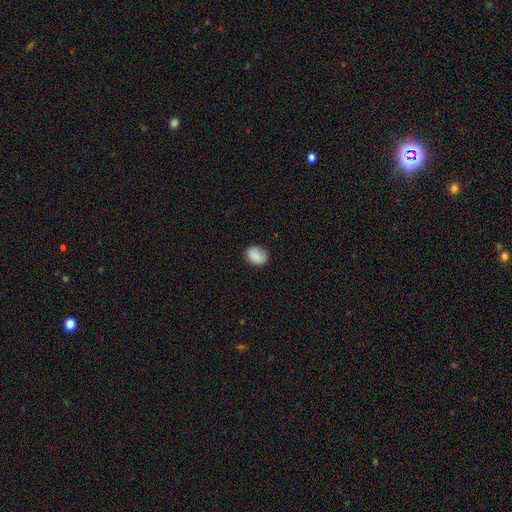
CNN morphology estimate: Smooth or featured? smooth (84%)
How rounded? in between (54%)
Merging? none (73%)